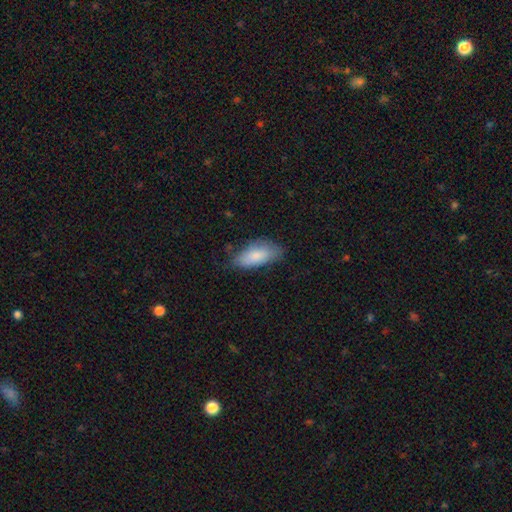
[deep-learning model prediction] Smooth or featured?
  - smooth: 83% *
  - featured or disk: 11%
  - star or artifact: 6%
How rounded?
  - in between: 88% *
  - cigar-shaped: 9%
  - round: 2%
Merging?
  - none: 61% *
  - minor disturbance: 30%
  - major disturbance: 8%
  - merger: 2%